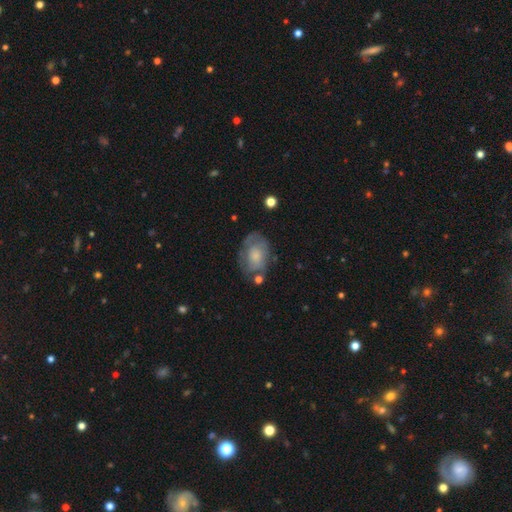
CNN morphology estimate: type=smooth (55%); roundness=in between (79%); merging=none (56%).